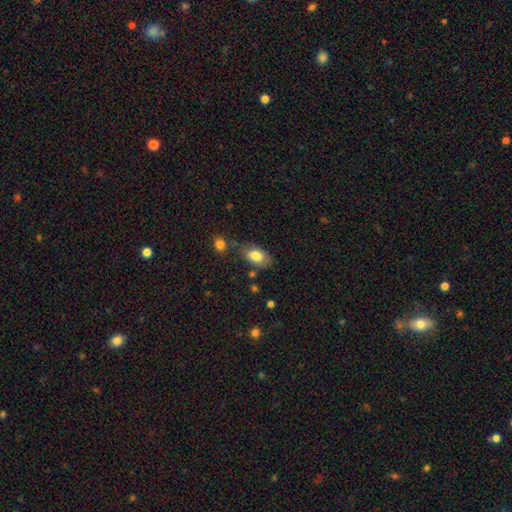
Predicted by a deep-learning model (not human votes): A smooth galaxy with no disk features (81%) that is in between round and cigar-shaped (91%).

Vote fractions:
- Smooth or featured? smooth: 81% / featured or disk: 12% / star or artifact: 7%
- How rounded? in between: 91% / round: 7% / cigar-shaped: 2%
- Merging? none: 67% / minor disturbance: 20% / merger: 7% / major disturbance: 6%